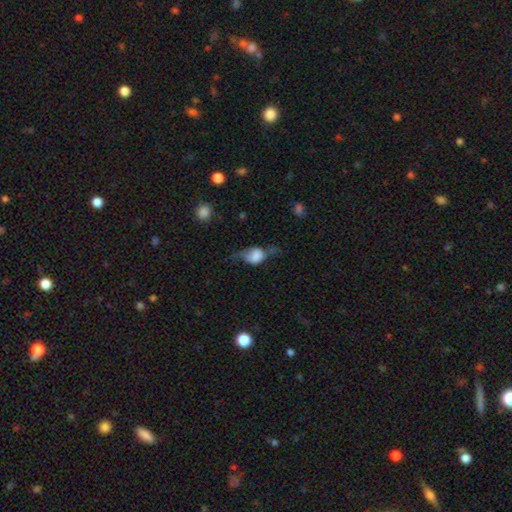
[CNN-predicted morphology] A smooth galaxy with no disk features (62%) that is in between round and cigar-shaped (66%). Merging: major disturbance (35%).